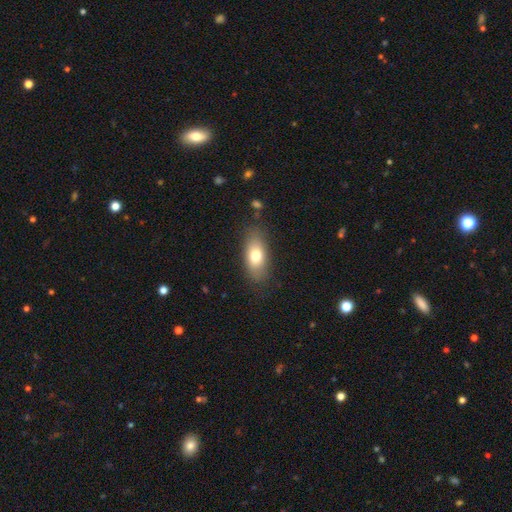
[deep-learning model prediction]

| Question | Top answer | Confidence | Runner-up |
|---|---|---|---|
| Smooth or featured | smooth | 73% | featured or disk (19%) |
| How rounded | in between | 83% | cigar-shaped (11%) |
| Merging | none | 81% | minor disturbance (13%) |